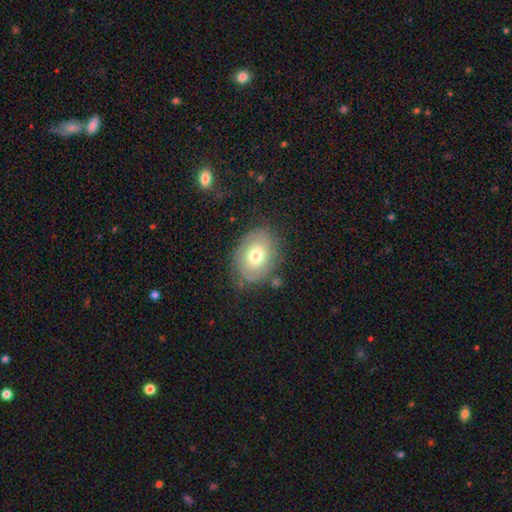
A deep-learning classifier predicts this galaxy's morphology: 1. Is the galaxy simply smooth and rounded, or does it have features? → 59% smooth, 33% featured or disk, 8% star or artifact.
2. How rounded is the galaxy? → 67% in between, 32% round, 1% cigar-shaped.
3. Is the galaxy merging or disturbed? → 73% none, 18% minor disturbance, 7% major disturbance, 2% merger.